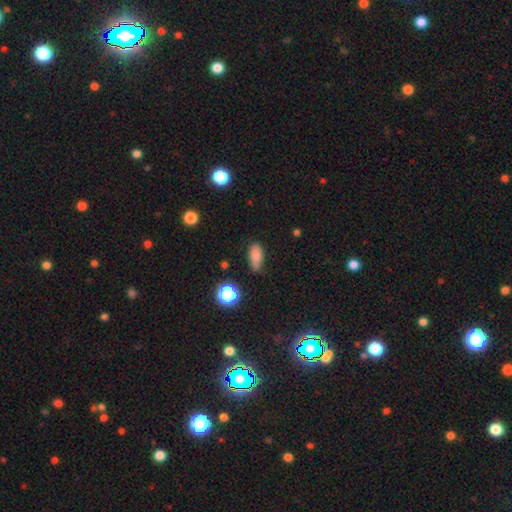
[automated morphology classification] This is likely a smooth galaxy (80%). How rounded: clearly in between (84%). Merging: likely none (73%).